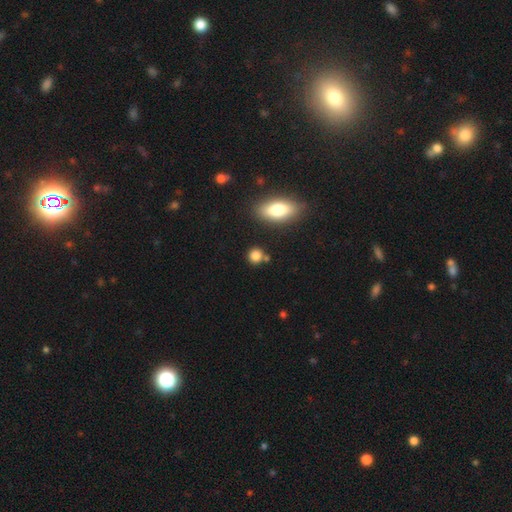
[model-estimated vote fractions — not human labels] smooth-or-featured: smooth: 83% | star or artifact: 11% | featured or disk: 6%
  how-rounded: round: 85% | in between: 13% | cigar-shaped: 2%
  merging: none: 75% | merger: 11% | minor disturbance: 11% | major disturbance: 3%